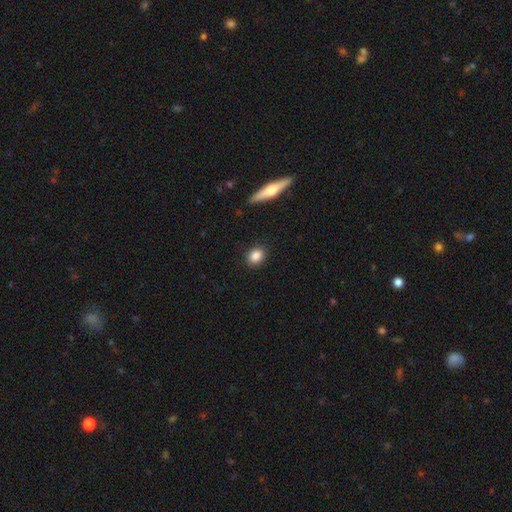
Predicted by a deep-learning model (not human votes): Morphology: type=smooth (87%); roundness=round (58%); merging=none (89%).